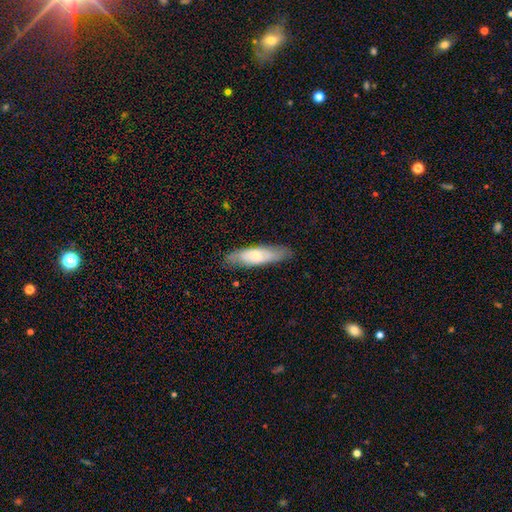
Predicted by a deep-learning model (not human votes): A smooth galaxy with no disk features (57%) that is cigar-shaped (58%). Merging: none (81%).